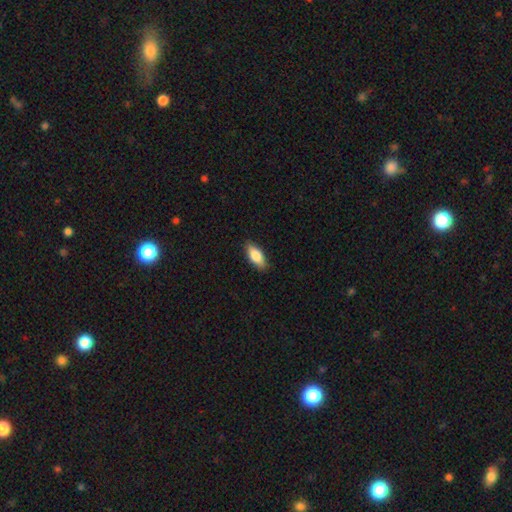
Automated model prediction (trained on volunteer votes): A smooth galaxy with no disk features (81%) that is in between round and cigar-shaped (82%).

Vote fractions:
- Smooth or featured? smooth: 81% / featured or disk: 13% / star or artifact: 6%
- How rounded? in between: 82% / cigar-shaped: 15% / round: 3%
- Merging? none: 88% / minor disturbance: 9% / major disturbance: 2% / merger: 1%